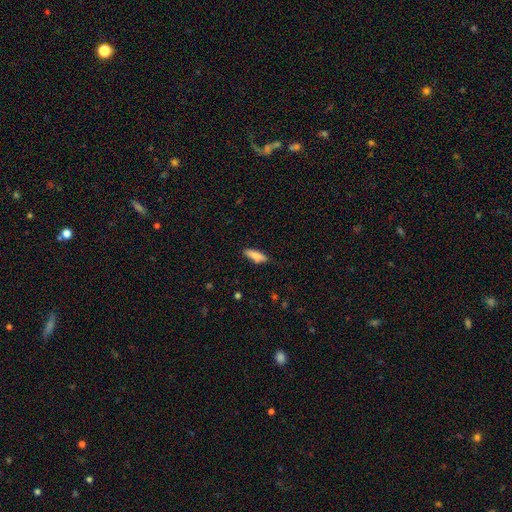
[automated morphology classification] This is clearly a smooth galaxy (82%). How rounded: possibly cigar-shaped (52%). Merging: likely none (79%).